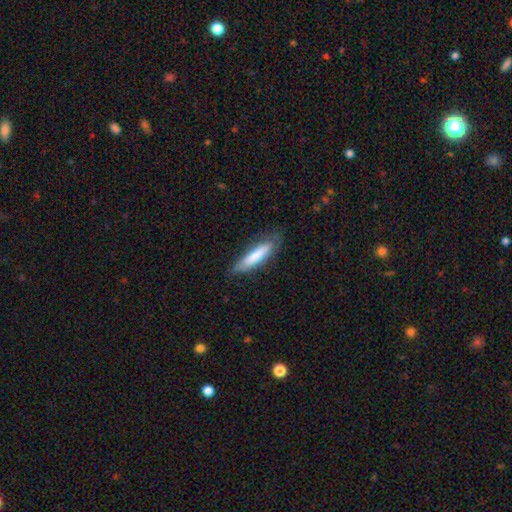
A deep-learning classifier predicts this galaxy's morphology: Smooth or featured? Predicted: smooth (p=0.70). How rounded? Predicted: cigar-shaped (p=0.74). Merging? Predicted: none (p=0.74).